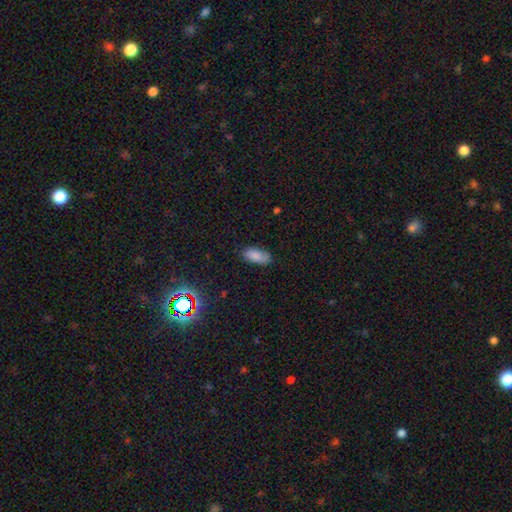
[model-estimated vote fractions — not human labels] Smooth or featured: smooth — 83% (featured or disk — 9%)
How rounded: in between — 88% (cigar-shaped — 9%)
Merging: none — 75% (minor disturbance — 20%)